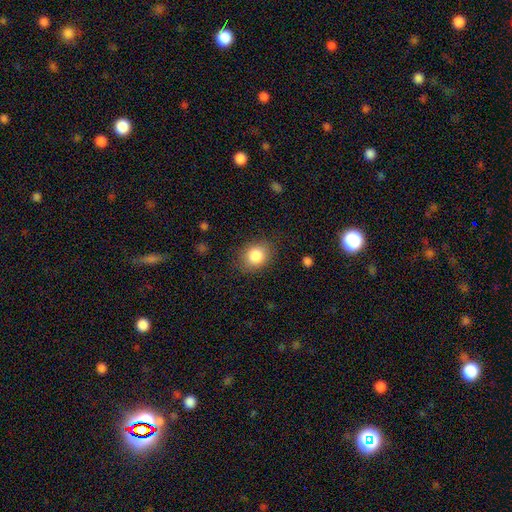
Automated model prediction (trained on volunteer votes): smooth_or_featured: smooth (p=0.85) [alt: star or artifact p=0.09]
how_rounded: round (p=0.58) [alt: in between p=0.41]
merging: none (p=0.82) [alt: minor disturbance p=0.13]